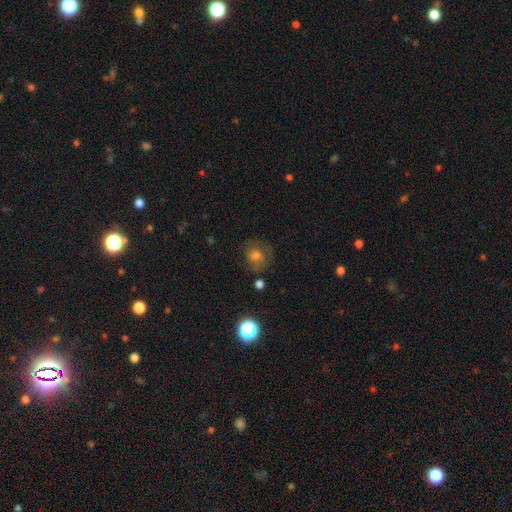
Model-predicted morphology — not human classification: type=smooth (57%); roundness=round (80%); merging=none (71%).